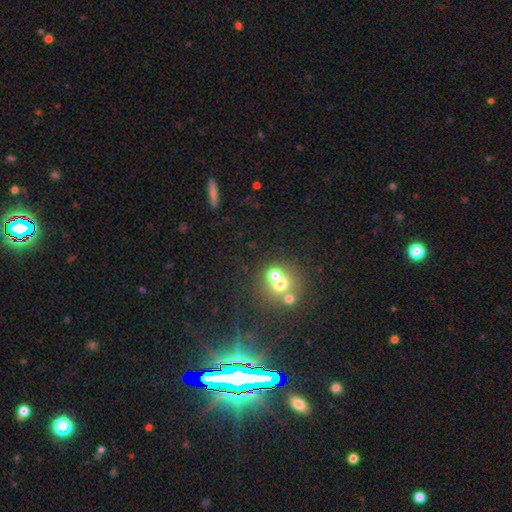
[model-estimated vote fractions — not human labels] Morphology: type=star or artifact (71%).